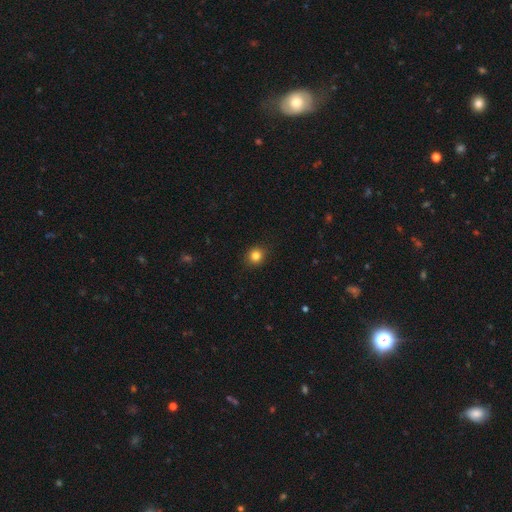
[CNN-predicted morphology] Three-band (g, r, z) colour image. It shows a smooth galaxy with no disk features (83%) that is round (83%). Merging: none (90%).